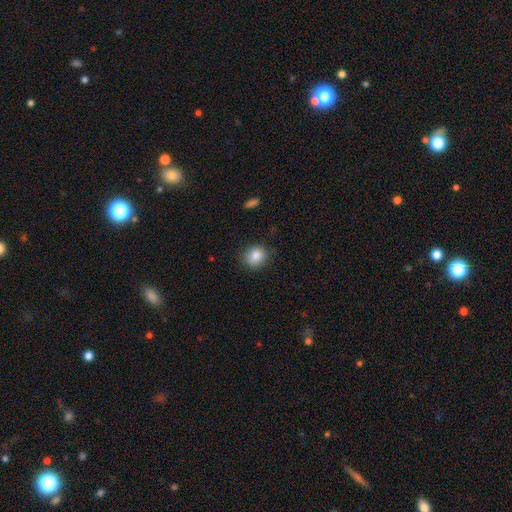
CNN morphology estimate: Overall: smooth (85%). How rounded: round (74%). Merging: none (83%).